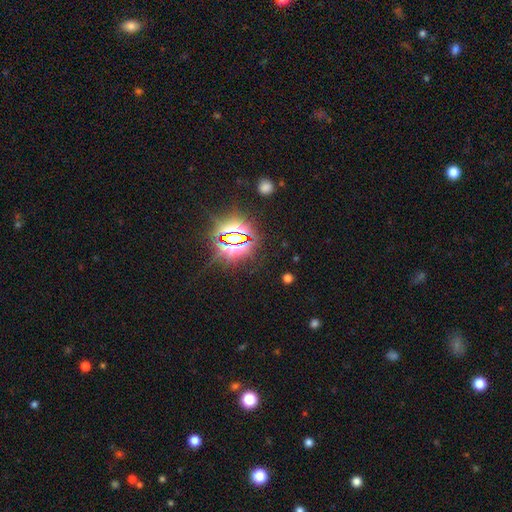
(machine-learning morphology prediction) smooth_or_featured: star or artifact (p=0.81) [alt: smooth p=0.12]